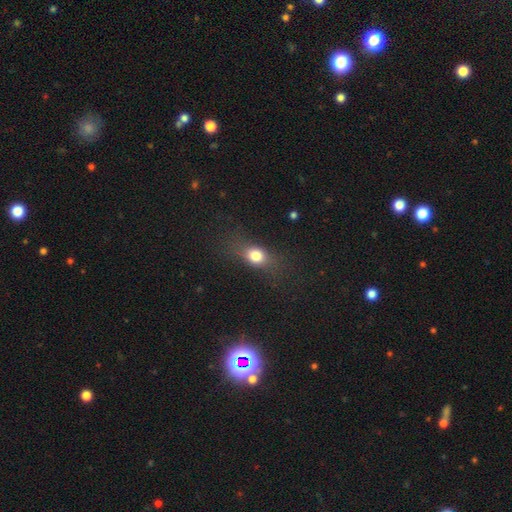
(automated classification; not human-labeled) The model was most divided on "how rounded": in between: 55%, round: 38%, cigar-shaped: 7%. More confident: smooth or featured — smooth (74%); merging — none (69%).